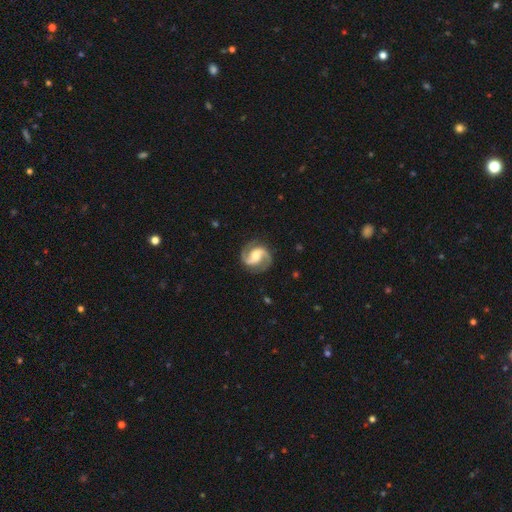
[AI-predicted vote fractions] Morphology: type=featured or disk (90%); edge-on=no (98%); bar=weak (42%); spiral arms=yes (98%); winding=medium (58%); arm count=2 (94%); bulge=moderate (48%); merging=none (85%).